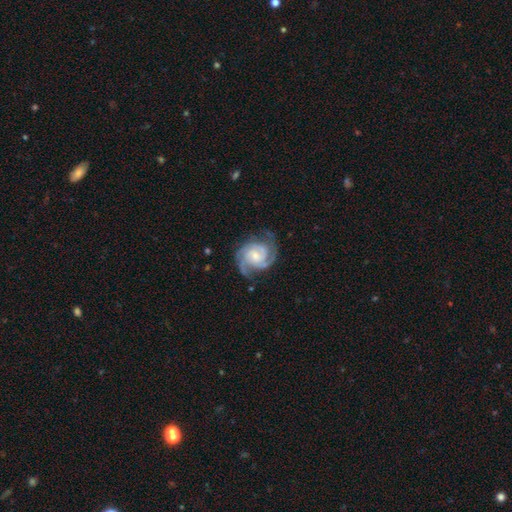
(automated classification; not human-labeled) Smooth or featured? featured or disk (90%)
Edge-on disk? no (98%)
Bar? no (58%)
Spiral arms? yes (98%)
Spiral winding? tight (56%)
Spiral arm count? 3 (39%)
Bulge size? small (52%)
Merging? none (71%)